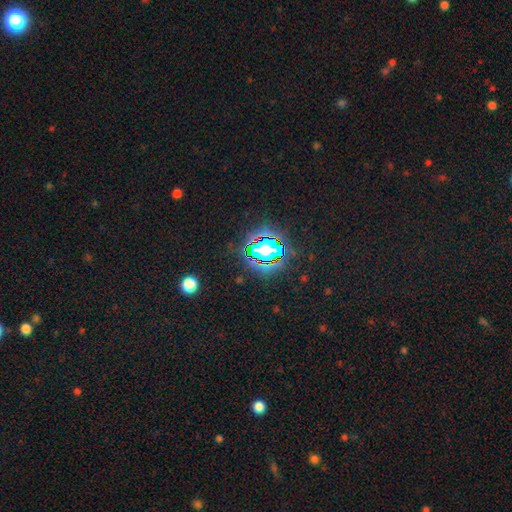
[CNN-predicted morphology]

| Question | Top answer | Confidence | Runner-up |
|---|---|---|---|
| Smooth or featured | star or artifact | 77% | smooth (14%) |